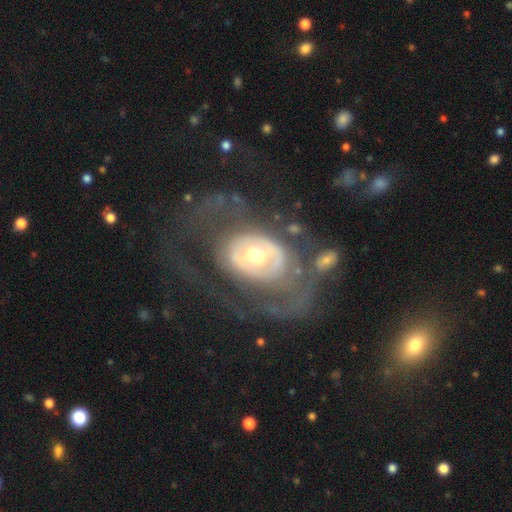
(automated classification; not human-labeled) Morphology: type=featured or disk (78%); edge-on=no (95%); bar=no (60%); spiral arms=yes (56%); bulge=moderate (68%); merging=none (44%).